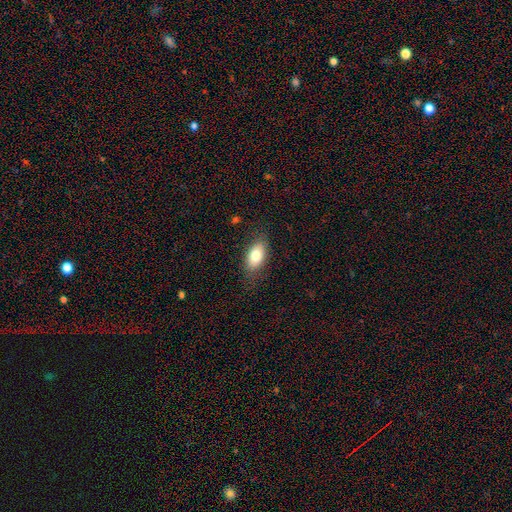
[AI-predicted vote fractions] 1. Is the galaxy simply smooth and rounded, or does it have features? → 77% smooth, 16% featured or disk, 7% star or artifact.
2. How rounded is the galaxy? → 90% in between, 6% round, 5% cigar-shaped.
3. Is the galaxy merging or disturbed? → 79% none, 15% minor disturbance, 5% major disturbance, 1% merger.